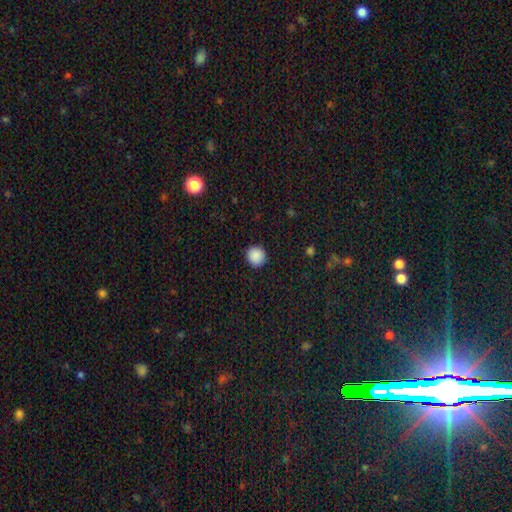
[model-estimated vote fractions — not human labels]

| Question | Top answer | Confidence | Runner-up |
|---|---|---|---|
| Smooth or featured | smooth | 89% | star or artifact (9%) |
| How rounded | round | 92% | in between (7%) |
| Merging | none | 92% | minor disturbance (6%) |